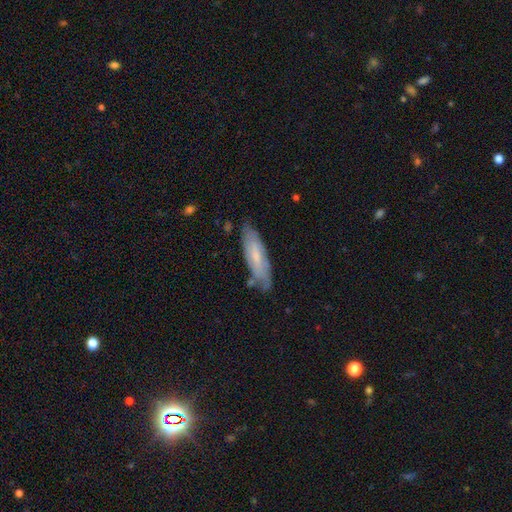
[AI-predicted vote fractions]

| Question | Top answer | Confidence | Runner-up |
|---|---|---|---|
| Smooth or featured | featured or disk | 48% | smooth (44%) |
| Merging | none | 75% | minor disturbance (18%) |